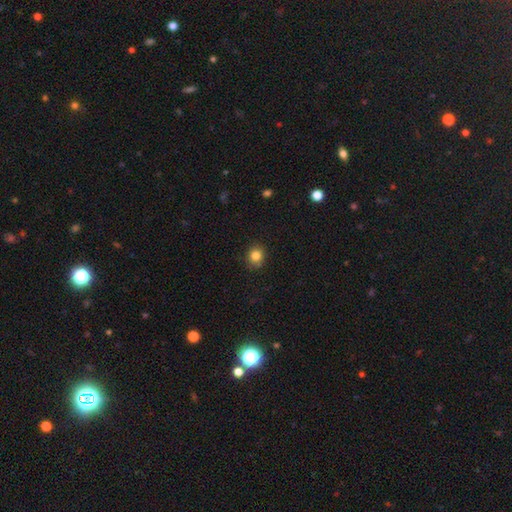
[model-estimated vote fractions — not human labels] Overall: smooth (83%). How rounded: round (80%). Merging: none (85%).